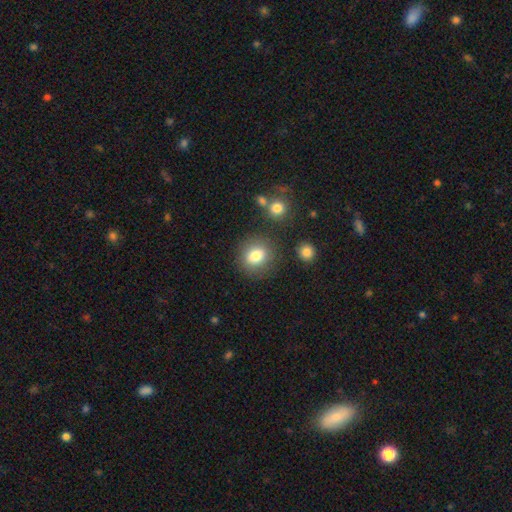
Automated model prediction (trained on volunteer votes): The model was most divided on "how rounded": round: 70%, in between: 29%, cigar-shaped: 1%. More confident: smooth or featured — smooth (80%); merging — none (77%).